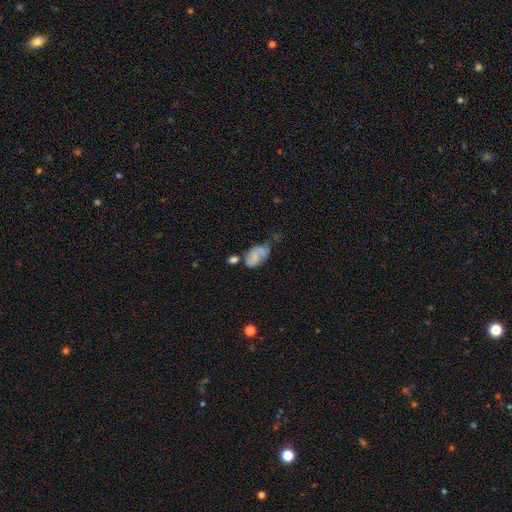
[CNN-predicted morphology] Smooth or featured?
  - smooth: 58% *
  - featured or disk: 33%
  - star or artifact: 9%
How rounded?
  - in between: 88% *
  - round: 11%
  - cigar-shaped: 2%
Merging?
  - none: 35% *
  - minor disturbance: 32%
  - merger: 17%
  - major disturbance: 16%